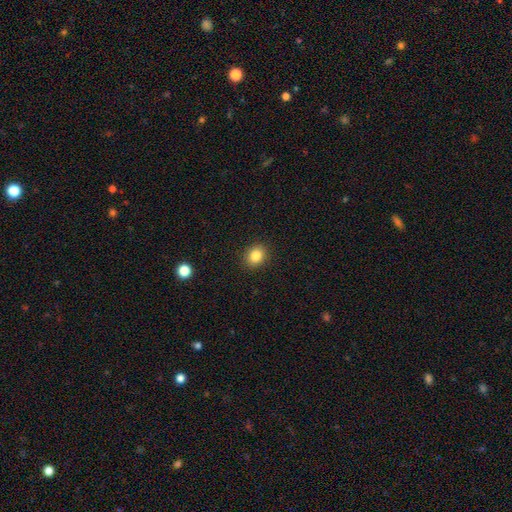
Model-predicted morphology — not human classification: This is clearly a smooth galaxy (85%). How rounded: likely round (64%). Merging: clearly none (90%).